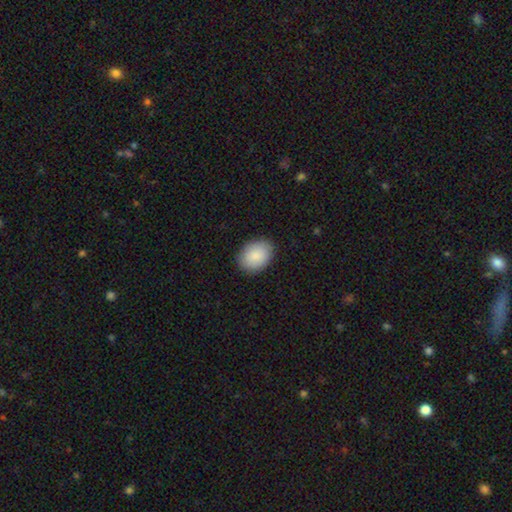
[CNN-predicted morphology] A smooth galaxy with no disk features (88%) that is in between round and cigar-shaped (72%).

Vote fractions:
- Smooth or featured? smooth: 88% / featured or disk: 6% / star or artifact: 6%
- How rounded? in between: 72% / round: 27% / cigar-shaped: 1%
- Merging? none: 87% / minor disturbance: 10% / major disturbance: 2% / merger: 1%